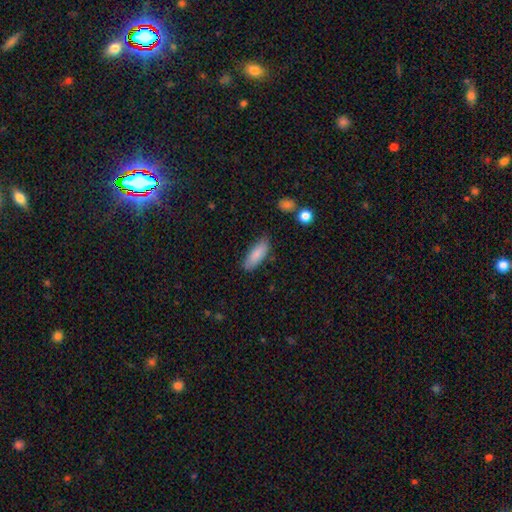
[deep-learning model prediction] Smooth or featured?
  - smooth: 86% *
  - featured or disk: 8%
  - star or artifact: 6%
How rounded?
  - in between: 64% *
  - cigar-shaped: 35%
  - round: 2%
Merging?
  - none: 81% *
  - minor disturbance: 14%
  - major disturbance: 3%
  - merger: 2%